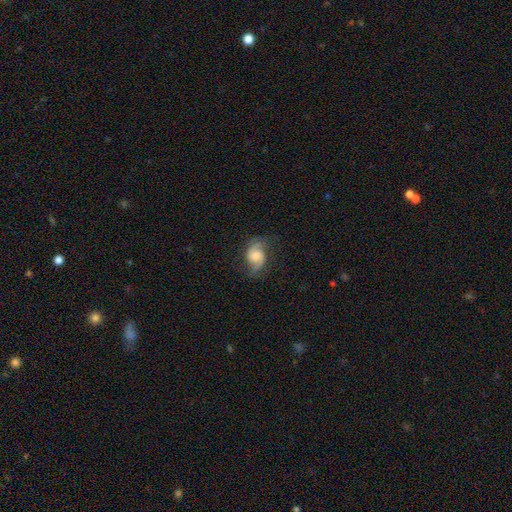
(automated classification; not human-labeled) smooth-or-featured: featured or disk: 72% | smooth: 20% | star or artifact: 8%
  disk-edge-on: no: 97% | yes: 3%
    bar: no: 60% | weak: 34% | strong: 6%
    has-spiral-arms: yes: 95% | no: 5%
      spiral-winding: medium: 47% | loose: 31% | tight: 22%
      spiral-arm-count: 2: 87% | can't tell: 5% | 1: 4% | 3: 2% | 4: 1% | more than 4: 1%
    bulge-size: moderate: 42% | small: 28% | large: 16% | none: 11% | dominant: 3%
  merging: none: 68% | minor disturbance: 20% | major disturbance: 11% | merger: 1%